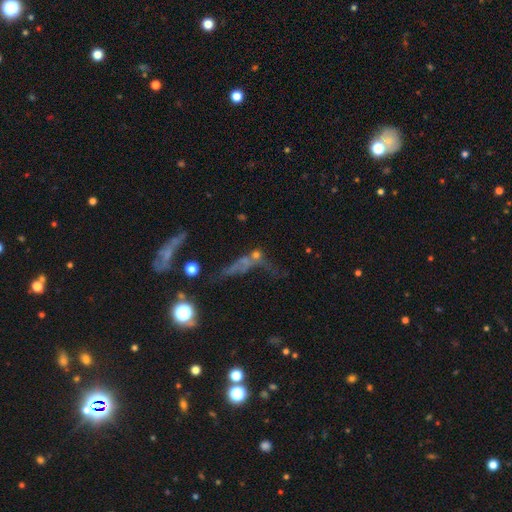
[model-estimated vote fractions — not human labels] smooth-or-featured: smooth: 39% | featured or disk: 34% | star or artifact: 27%
  merging: major disturbance: 31% | none: 29% | merger: 28% | minor disturbance: 13%